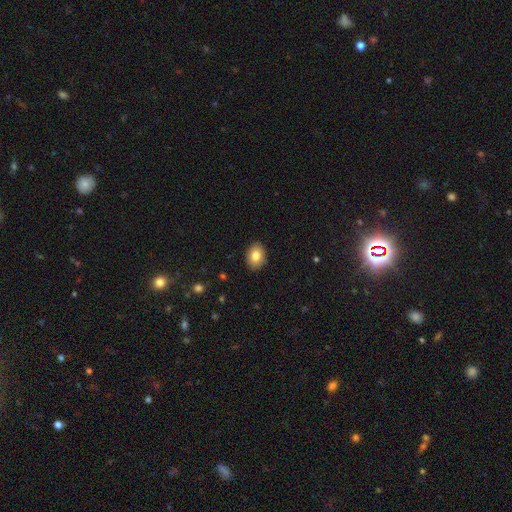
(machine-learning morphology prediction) Smooth or featured: smooth — 82% (featured or disk — 10%)
How rounded: in between — 69% (round — 30%)
Merging: none — 89% (minor disturbance — 8%)